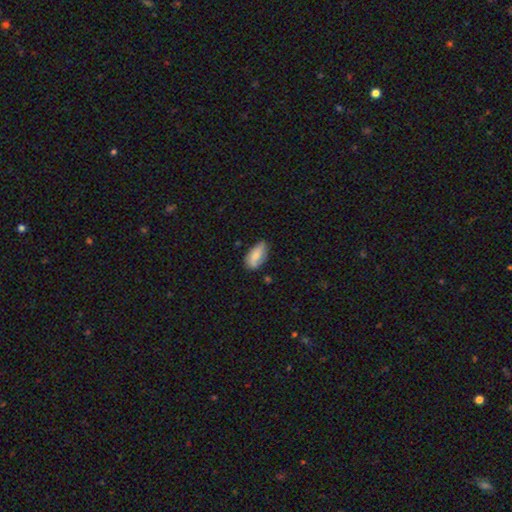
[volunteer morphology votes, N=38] This appears to be a smooth galaxy with no disk features (63%) that is in between round and cigar-shaped (96%). Merging: none (53%).